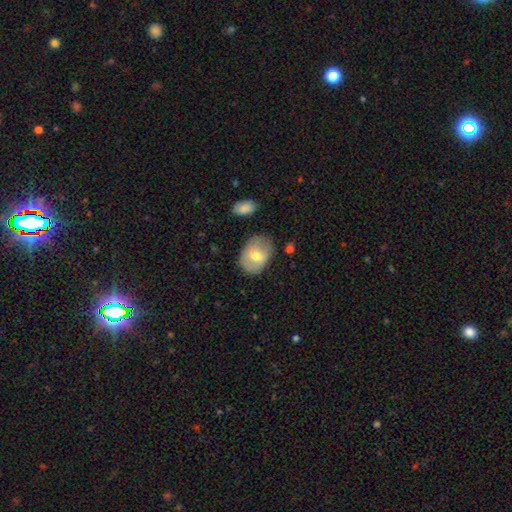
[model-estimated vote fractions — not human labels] Smooth or featured: smooth — 59% (featured or disk — 34%)
How rounded: in between — 70% (round — 29%)
Merging: none — 73% (minor disturbance — 19%)